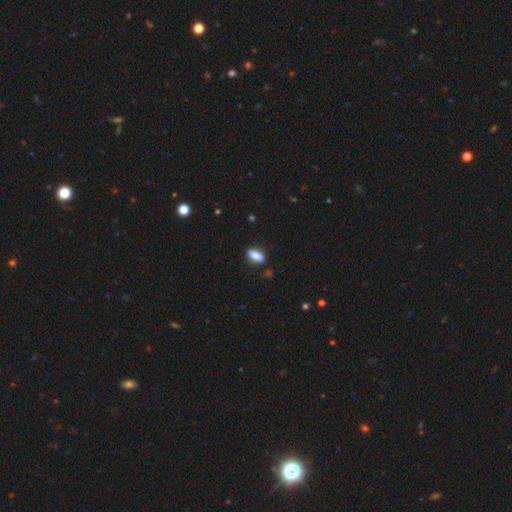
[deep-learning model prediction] This is clearly a smooth galaxy (87%). How rounded: likely in between (80%). Merging: clearly none (86%).